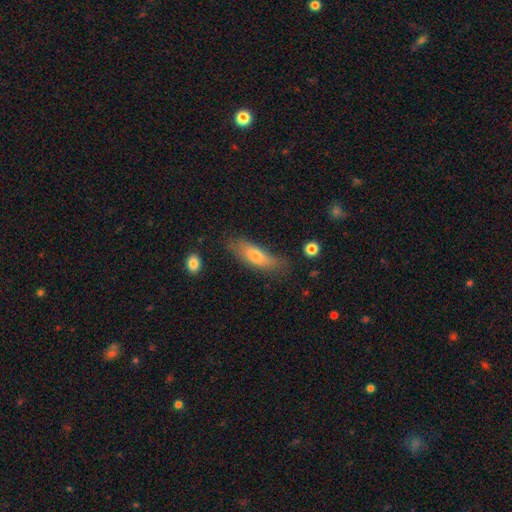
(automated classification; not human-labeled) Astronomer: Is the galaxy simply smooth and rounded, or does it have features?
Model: smooth — 69%.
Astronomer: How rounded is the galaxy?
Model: in between — 51% (runner-up: cigar-shaped, 47%).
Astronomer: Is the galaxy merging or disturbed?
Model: none — 66%.